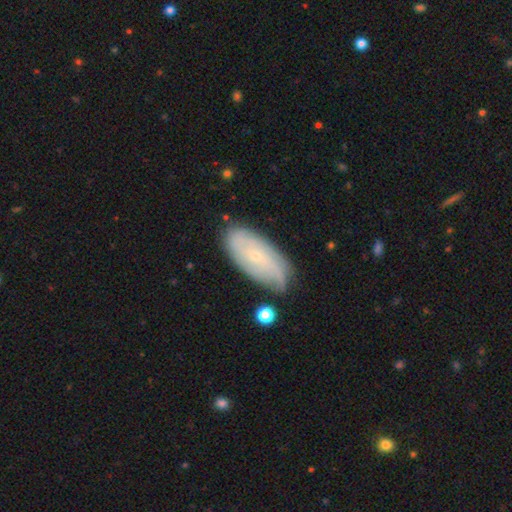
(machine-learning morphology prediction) Smooth or featured?
  - featured or disk: 58% *
  - smooth: 35%
  - star or artifact: 7%
Edge-on disk?
  - no: 90% *
  - yes: 10%
Bar?
  - no: 78% *
  - weak: 18%
  - strong: 4%
Spiral arms?
  - yes: 78% *
  - no: 22%
Bulge size?
  - small: 83% *
  - moderate: 13%
  - none: 2%
  - large: 1%
  - dominant: 1%
Merging?
  - none: 68% *
  - minor disturbance: 23%
  - major disturbance: 6%
  - merger: 3%